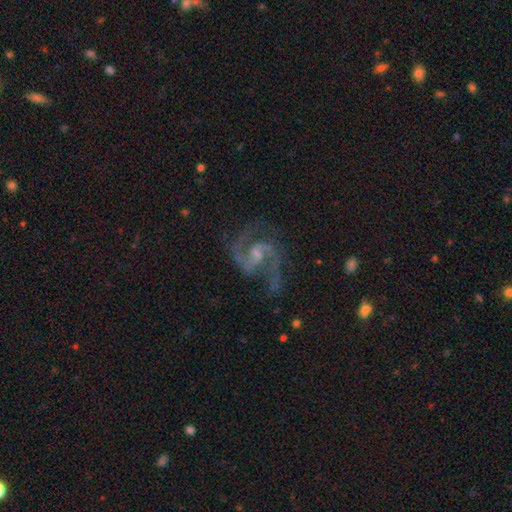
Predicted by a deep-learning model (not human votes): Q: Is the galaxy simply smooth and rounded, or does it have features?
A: featured or disk — 92%.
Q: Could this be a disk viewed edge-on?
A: no — 98%.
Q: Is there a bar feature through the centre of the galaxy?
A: weak — 54%.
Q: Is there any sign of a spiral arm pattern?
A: yes — 98%.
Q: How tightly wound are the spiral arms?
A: medium — 62%.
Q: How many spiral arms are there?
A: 2 — 91%.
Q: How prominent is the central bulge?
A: small — 55%.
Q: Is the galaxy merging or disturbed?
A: none — 70%.